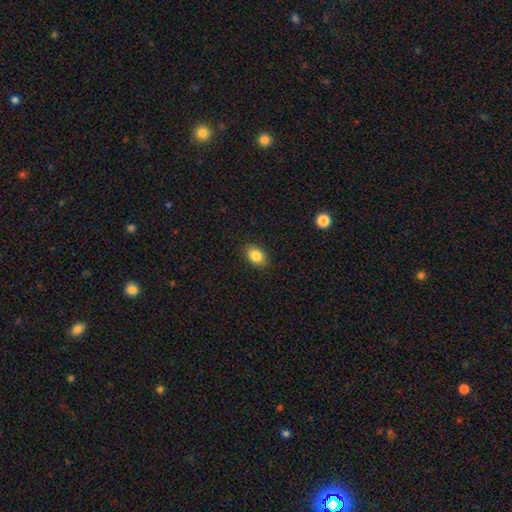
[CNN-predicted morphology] smooth-or-featured: smooth: 86% | star or artifact: 9% | featured or disk: 6%
  how-rounded: in between: 80% | round: 19% | cigar-shaped: 1%
  merging: none: 88% | minor disturbance: 9% | major disturbance: 2% | merger: 1%